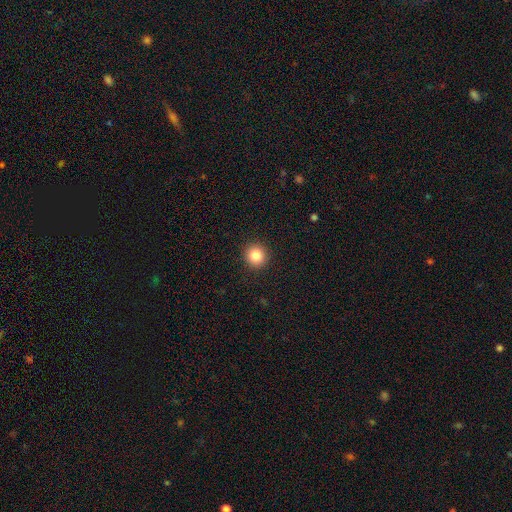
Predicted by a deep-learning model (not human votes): smooth 85%, star or artifact 10%, featured or disk 5%. Down the decision tree: how rounded — round (91%); merging — none (92%).